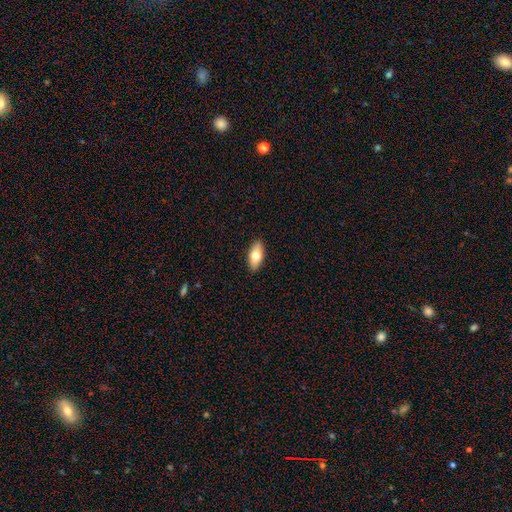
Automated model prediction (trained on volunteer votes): A smooth galaxy with no disk features (73%) that is in between round and cigar-shaped (86%). Merging: none (90%).